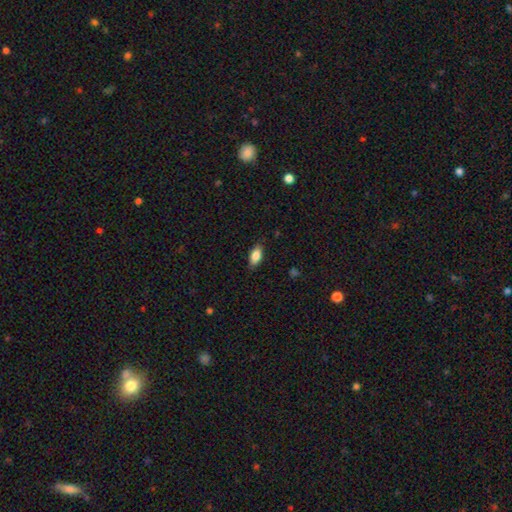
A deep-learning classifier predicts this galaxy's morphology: This appears to be a smooth galaxy with no disk features (86%) that is in between round and cigar-shaped (90%). Merging: none (85%).